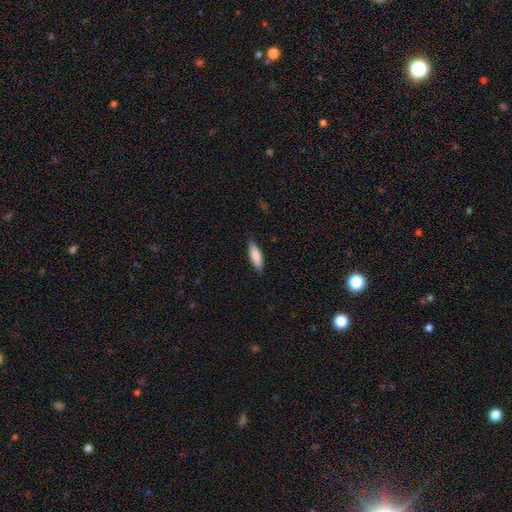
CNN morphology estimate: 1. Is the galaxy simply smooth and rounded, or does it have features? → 79% smooth, 15% featured or disk, 6% star or artifact.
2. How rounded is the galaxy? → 63% cigar-shaped, 35% in between, 2% round.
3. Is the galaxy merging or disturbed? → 87% none, 10% minor disturbance, 2% major disturbance, 1% merger.